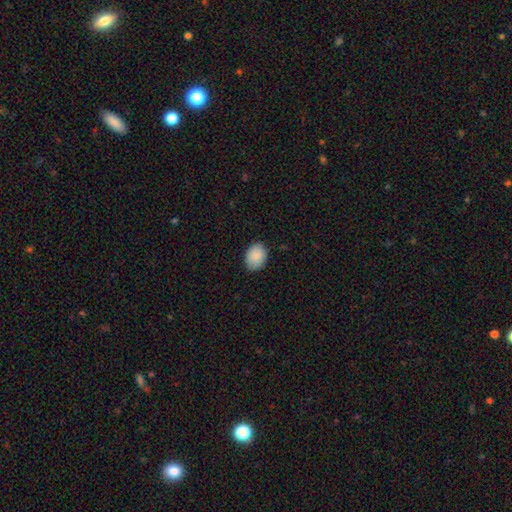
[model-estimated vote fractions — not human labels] Morphology: type=smooth (90%); roundness=in between (67%); merging=none (83%).